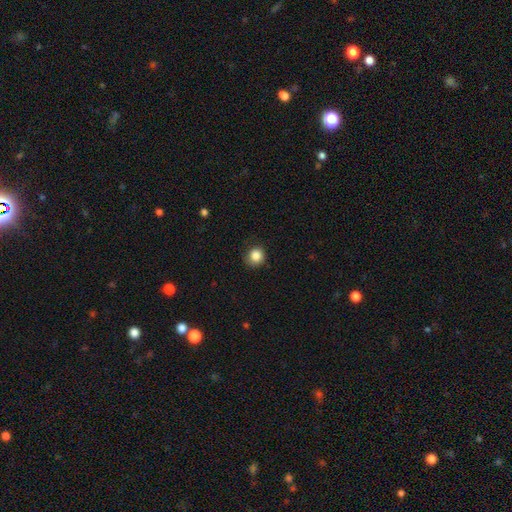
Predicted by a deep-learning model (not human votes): This appears to be a smooth galaxy with no disk features (85%) that is round (89%). Merging: none (80%).